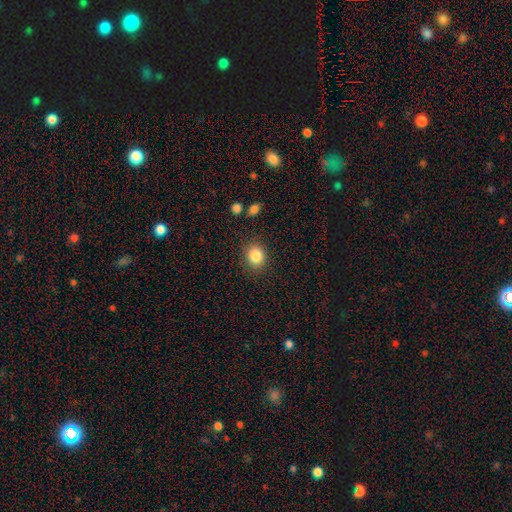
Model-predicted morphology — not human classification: Overall: smooth (85%). How rounded: round (64%; in between 36%). Merging: none (85%).